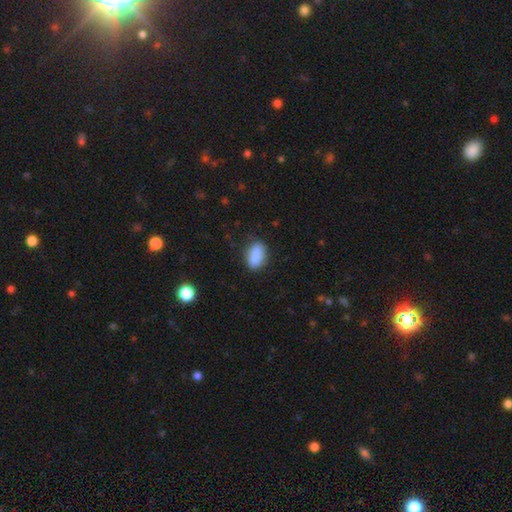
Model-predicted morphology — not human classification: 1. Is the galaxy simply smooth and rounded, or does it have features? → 88% smooth, 8% star or artifact, 5% featured or disk.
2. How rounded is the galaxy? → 88% in between, 6% round, 5% cigar-shaped.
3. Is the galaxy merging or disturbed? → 81% none, 14% minor disturbance, 3% major disturbance, 1% merger.